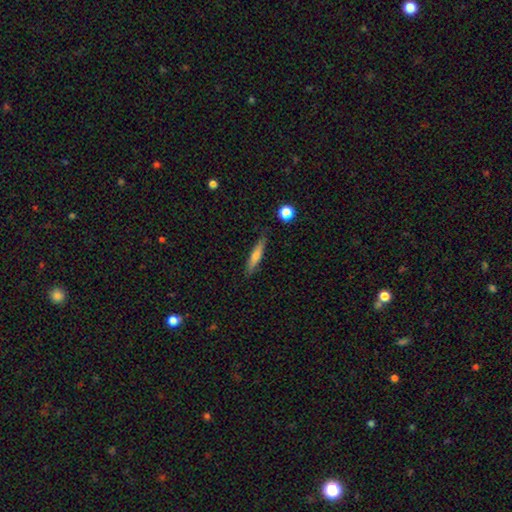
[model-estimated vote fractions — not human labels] Smooth or featured? smooth (56%)
How rounded? cigar-shaped (90%)
Merging? none (86%)